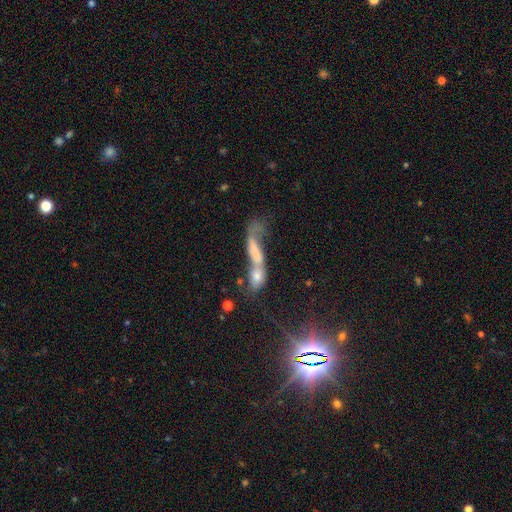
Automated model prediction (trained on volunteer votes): smooth_or_featured: featured or disk (p=0.43) [alt: smooth p=0.34]
merging: merger (p=0.58) [alt: major disturbance p=0.19]